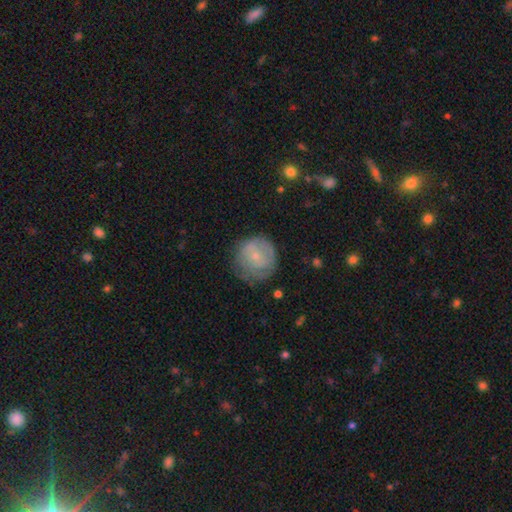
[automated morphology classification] The model was most divided on "smooth or featured": smooth: 54%, featured or disk: 38%, star or artifact: 8%. More confident: how rounded — round (90%); merging — none (61%).